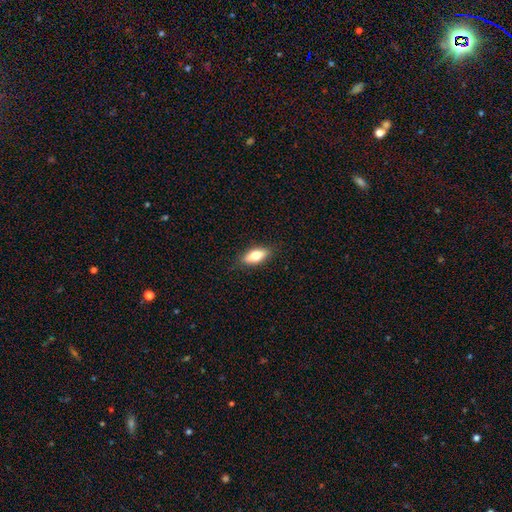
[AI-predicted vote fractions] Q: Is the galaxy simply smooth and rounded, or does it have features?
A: smooth — 70%.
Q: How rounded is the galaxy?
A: in between — 77%.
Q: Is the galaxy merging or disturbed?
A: none — 88%.